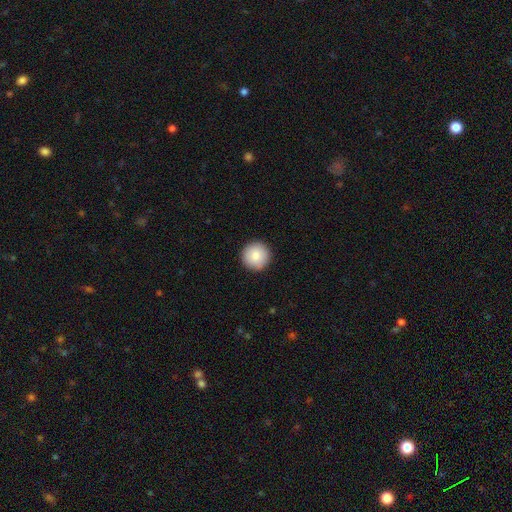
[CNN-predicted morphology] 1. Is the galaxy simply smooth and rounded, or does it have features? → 84% smooth, 8% featured or disk, 8% star or artifact.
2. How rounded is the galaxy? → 96% round, 3% in between, 1% cigar-shaped.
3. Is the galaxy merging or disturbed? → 93% none, 5% minor disturbance, 1% major disturbance, 1% merger.